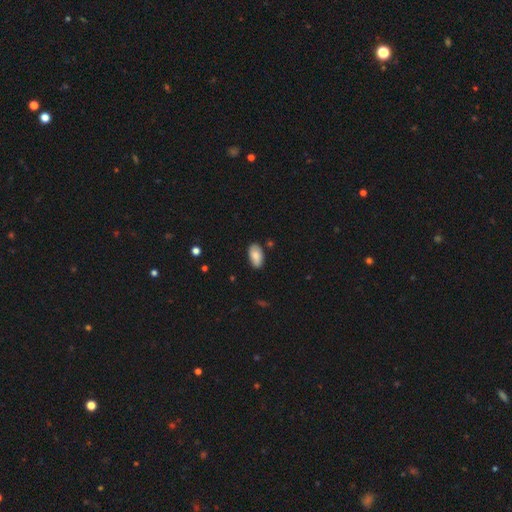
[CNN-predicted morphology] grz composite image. It shows a smooth galaxy with no disk features (81%) that is in between round and cigar-shaped (95%). Merging: none (81%).